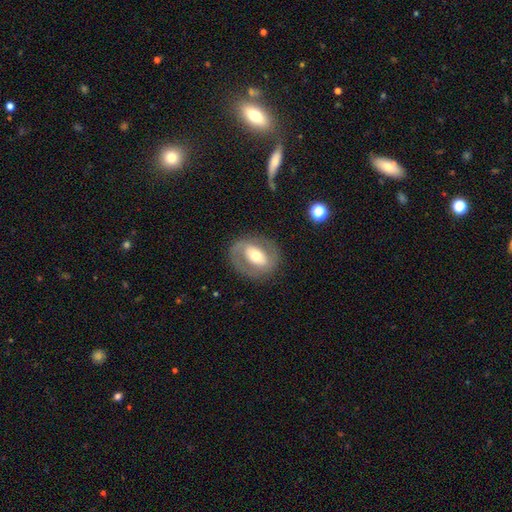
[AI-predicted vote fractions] Smooth or featured? Predicted: featured or disk (p=0.61). Edge-on disk? Predicted: no (p=0.94). Bar? Predicted: no (p=0.36). Spiral arms? Predicted: no (p=0.55). Bulge size? Predicted: moderate (p=0.63). Merging? Predicted: none (p=0.80).